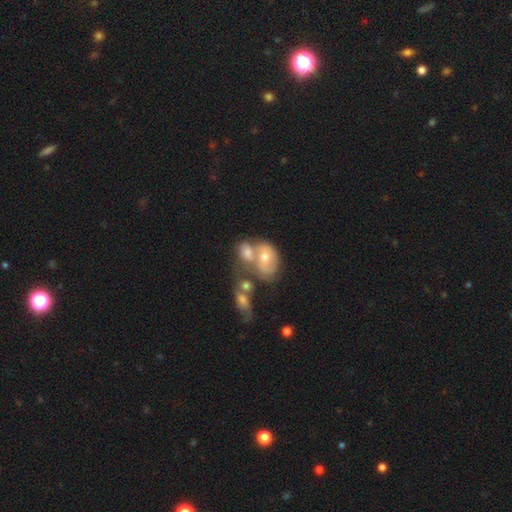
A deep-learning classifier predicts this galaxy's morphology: A featured or disk galaxy (53%) with no bar (78%), no spiral arms (52%) and a moderate central bulge (56%).

Vote fractions:
- Smooth or featured? featured or disk: 53% / smooth: 32% / star or artifact: 15%
- Edge-on disk? no: 94% / yes: 6%
- Bar? no: 78% / weak: 17% / strong: 5%
- Spiral arms? no: 52% / yes: 48%
- Bulge size? moderate: 56% / small: 34% / large: 4% / none: 4% / dominant: 2%
- Merging? merger: 61% / none: 22% / minor disturbance: 10% / major disturbance: 8%